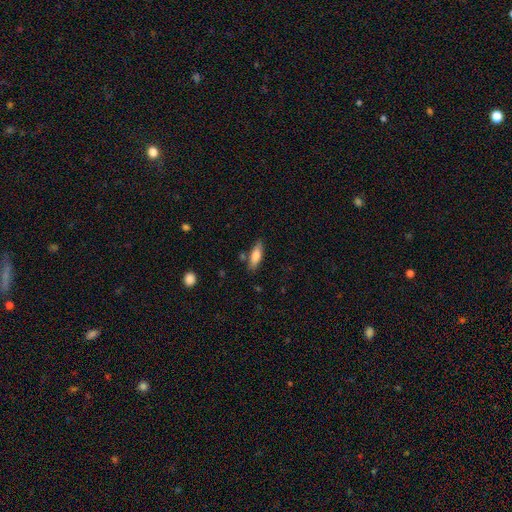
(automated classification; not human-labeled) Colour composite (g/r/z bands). It shows a smooth galaxy with no disk features (76%) that is in between round and cigar-shaped (52%). Merging: none (78%).